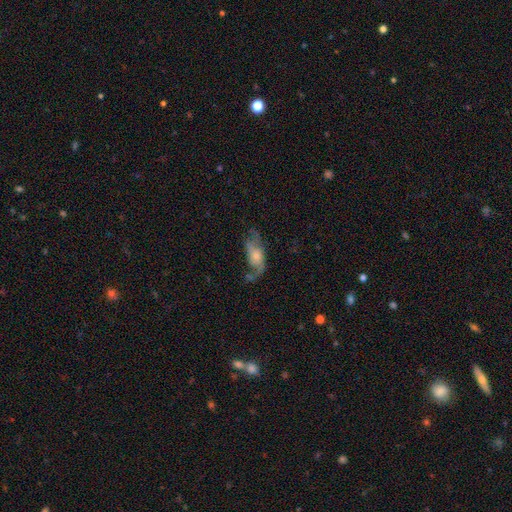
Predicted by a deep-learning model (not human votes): Overall: featured or disk (63%; smooth 30%). Edge-on disk: no (89%). Bar: no (72%). Spiral arms: yes (81%). Bulge size: moderate (39%, tied with small). Merging: none (43%; major disturbance 30%).